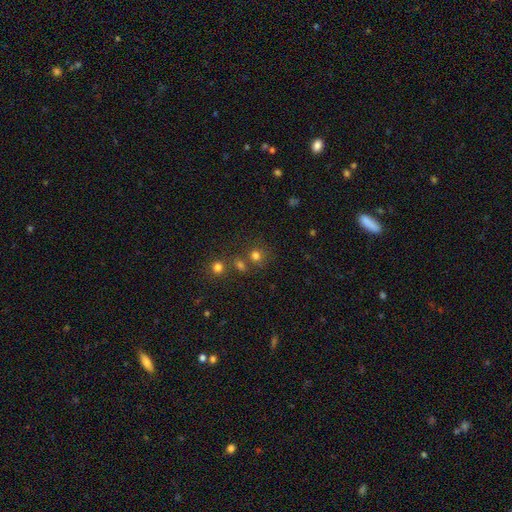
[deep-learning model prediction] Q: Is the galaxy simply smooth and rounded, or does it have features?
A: smooth — 73%.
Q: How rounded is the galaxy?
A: round — 84%.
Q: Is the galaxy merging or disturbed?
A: none — 61%.